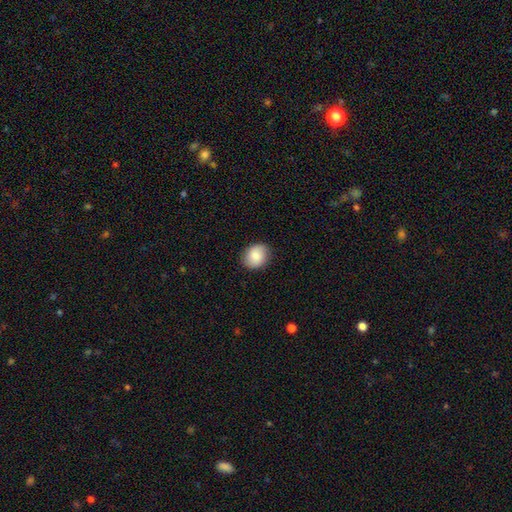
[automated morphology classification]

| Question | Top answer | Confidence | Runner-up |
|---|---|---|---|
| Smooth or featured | smooth | 83% | featured or disk (10%) |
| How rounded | round | 63% | in between (36%) |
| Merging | none | 86% | minor disturbance (10%) |